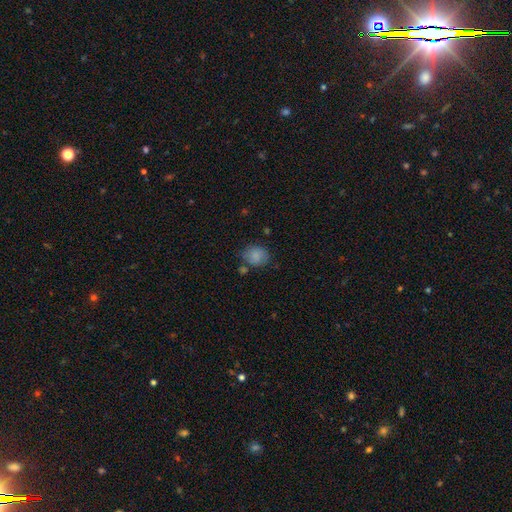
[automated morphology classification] type=smooth (85%); roundness=round (66%); merging=none (68%).